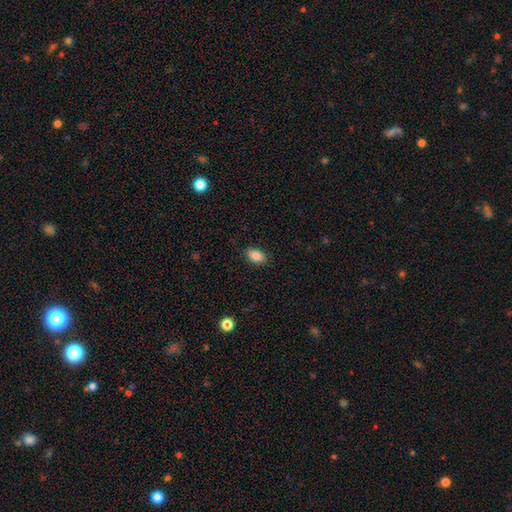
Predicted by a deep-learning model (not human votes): smooth_or_featured: smooth (p=0.86) [alt: star or artifact p=0.08]
how_rounded: in between (p=0.89) [alt: round p=0.09]
merging: none (p=0.86) [alt: minor disturbance p=0.11]